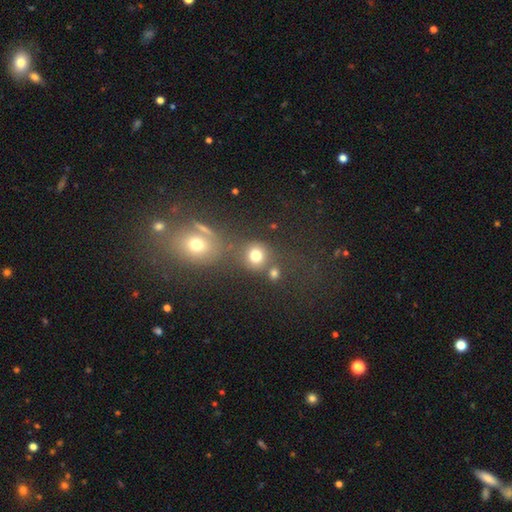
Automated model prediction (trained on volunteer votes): Smooth or featured?
  - smooth: 75% *
  - star or artifact: 16%
  - featured or disk: 8%
How rounded?
  - round: 85% *
  - in between: 13%
  - cigar-shaped: 1%
Merging?
  - none: 63% *
  - merger: 23%
  - minor disturbance: 9%
  - major disturbance: 5%